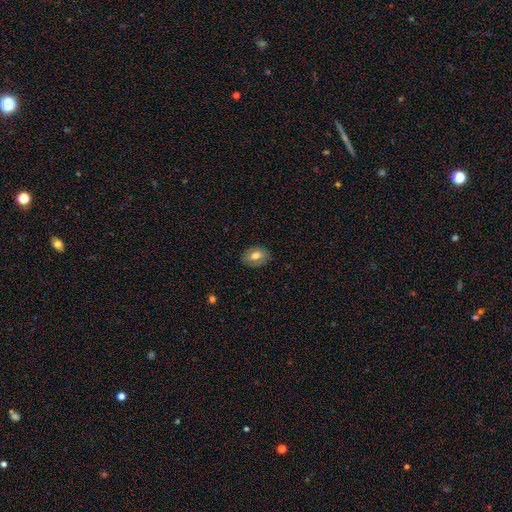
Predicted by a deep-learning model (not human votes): Overall: smooth (69%). How rounded: in between (78%). Merging: none (80%).